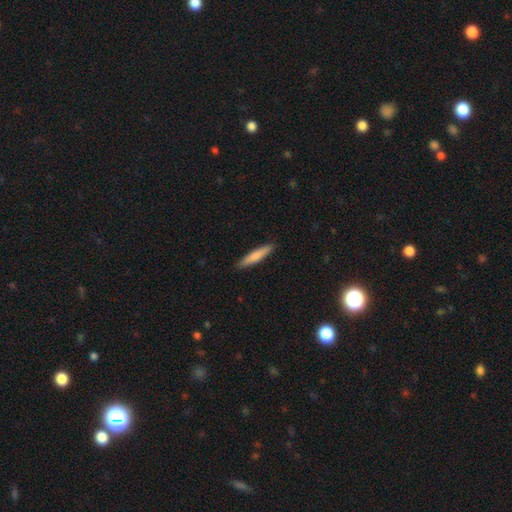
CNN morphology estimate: This appears to be a smooth galaxy with no disk features (78%) that is cigar-shaped (88%). Merging: none (91%).